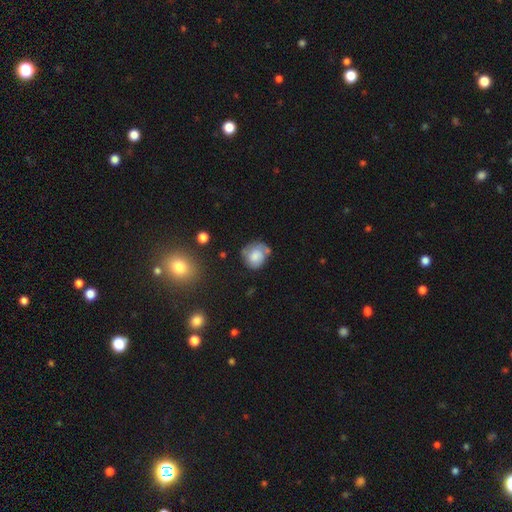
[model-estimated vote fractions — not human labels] Q: Smooth or featured?
A: smooth (59%); runner-up: featured or disk (31%)
Q: How rounded?
A: round (71%); runner-up: in between (28%)
Q: Merging?
A: none (50%); runner-up: minor disturbance (29%)